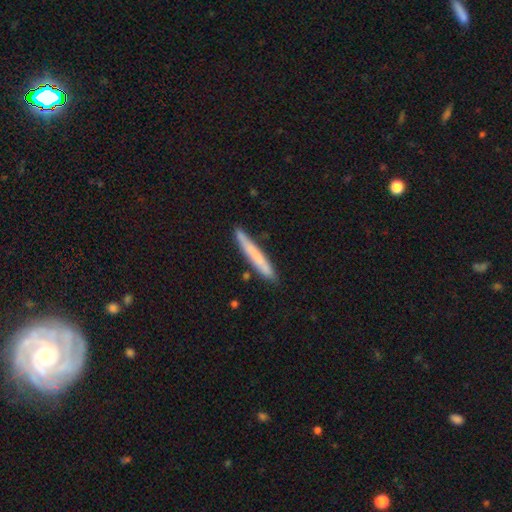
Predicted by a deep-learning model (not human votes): Smooth or featured? Predicted: smooth (p=0.69). How rounded? Predicted: cigar-shaped (p=0.96). Merging? Predicted: none (p=0.85).